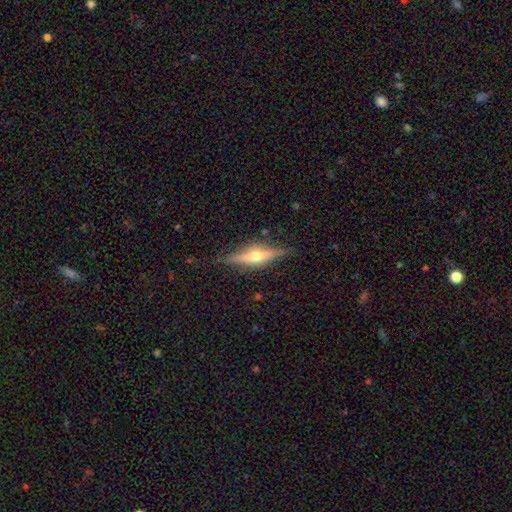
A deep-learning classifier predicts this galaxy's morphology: Q: Smooth or featured?
A: featured or disk (76%); runner-up: smooth (17%)
Q: Edge-on disk?
A: yes (96%); runner-up: no (4%)
Q: Edge-on bulge?
A: rounded (92%); runner-up: boxy (5%)
Q: Merging?
A: none (86%); runner-up: minor disturbance (10%)